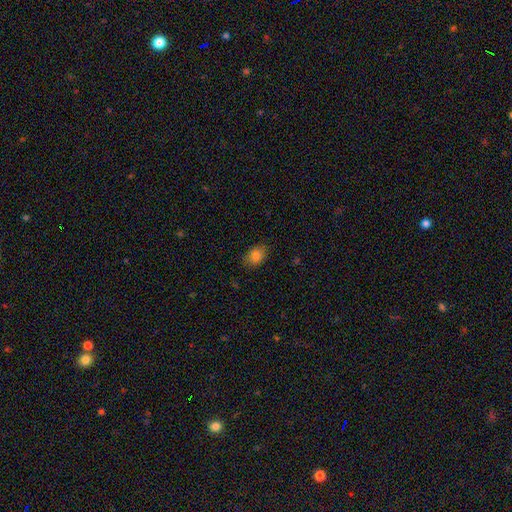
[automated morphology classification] smooth_or_featured: smooth (p=0.81) [alt: star or artifact p=0.11]
how_rounded: in between (p=0.79) [alt: round p=0.20]
merging: none (p=0.80) [alt: minor disturbance p=0.15]